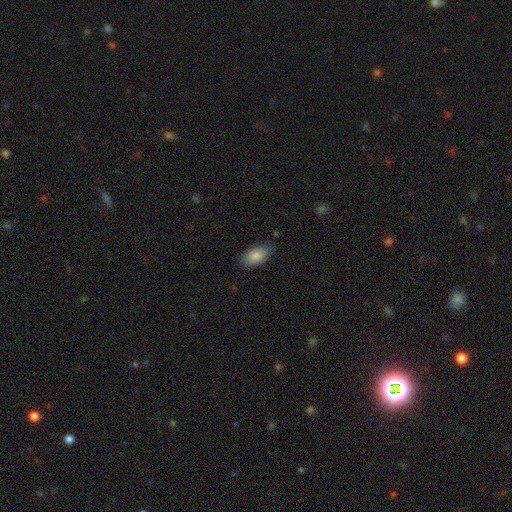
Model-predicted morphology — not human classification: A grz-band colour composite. It shows a smooth galaxy with no disk features (87%) that is in between round and cigar-shaped (93%). Merging: none (80%).